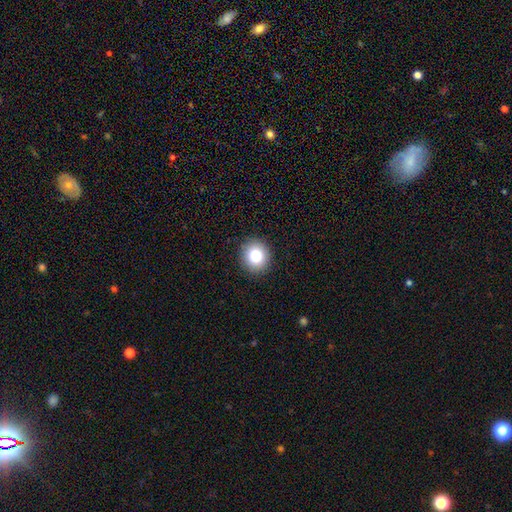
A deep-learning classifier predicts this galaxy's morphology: Smooth or featured? smooth (82%)
How rounded? round (84%)
Merging? none (91%)